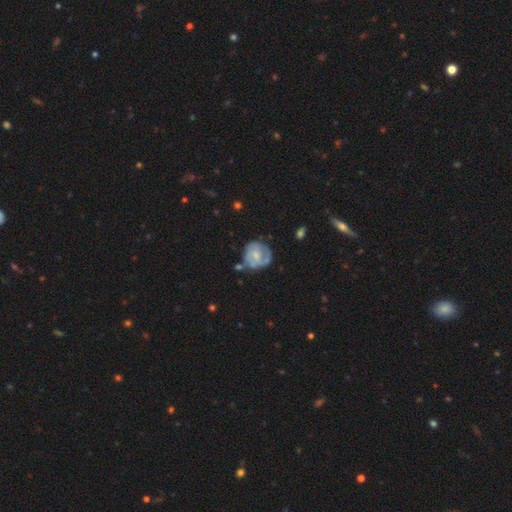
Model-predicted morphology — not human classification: Smooth or featured?
  - featured or disk: 55% *
  - smooth: 39%
  - star or artifact: 6%
Edge-on disk?
  - no: 97% *
  - yes: 3%
Bar?
  - no: 61% *
  - weak: 33%
  - strong: 6%
Spiral arms?
  - yes: 62% *
  - no: 38%
Bulge size?
  - moderate: 45% *
  - small: 40%
  - none: 10%
  - large: 4%
  - dominant: 1%
Merging?
  - none: 54% *
  - minor disturbance: 26%
  - major disturbance: 12%
  - merger: 7%